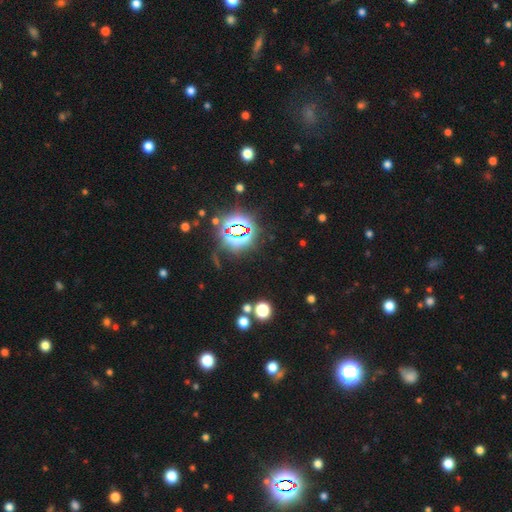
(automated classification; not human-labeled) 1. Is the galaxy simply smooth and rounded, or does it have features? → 82% star or artifact, 11% smooth, 7% featured or disk.